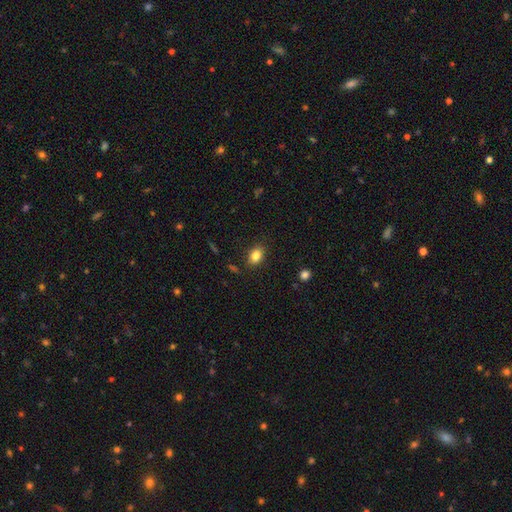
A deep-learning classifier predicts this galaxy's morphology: The model was most divided on "how rounded": in between: 78%, round: 21%, cigar-shaped: 1%. More confident: merging — none (85%); smooth or featured — smooth (83%).